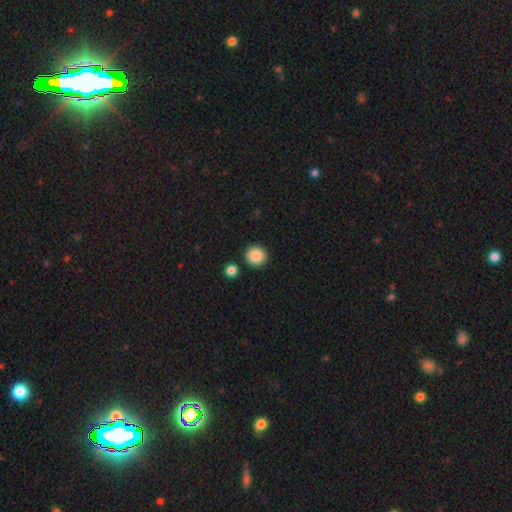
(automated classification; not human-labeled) This appears to be a smooth galaxy with no disk features (88%) that is round (92%). Merging: none (89%).